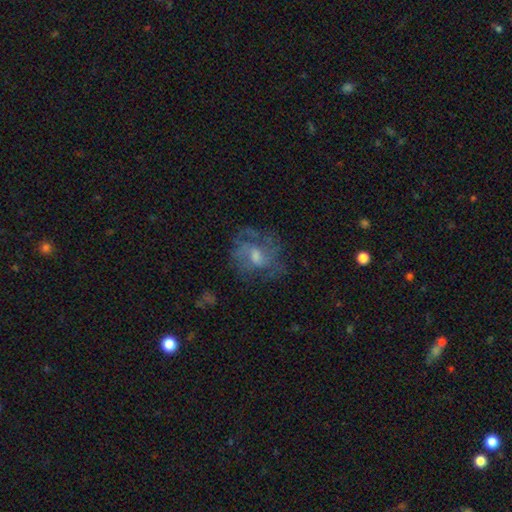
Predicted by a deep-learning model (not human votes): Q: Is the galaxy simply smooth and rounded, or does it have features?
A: featured or disk — 61%.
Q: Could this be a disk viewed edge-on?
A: no — 96%.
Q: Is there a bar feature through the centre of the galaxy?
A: no — 50%.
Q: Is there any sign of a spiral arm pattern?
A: yes — 69%.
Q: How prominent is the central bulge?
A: moderate — 49%.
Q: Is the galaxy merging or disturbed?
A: none — 57%.